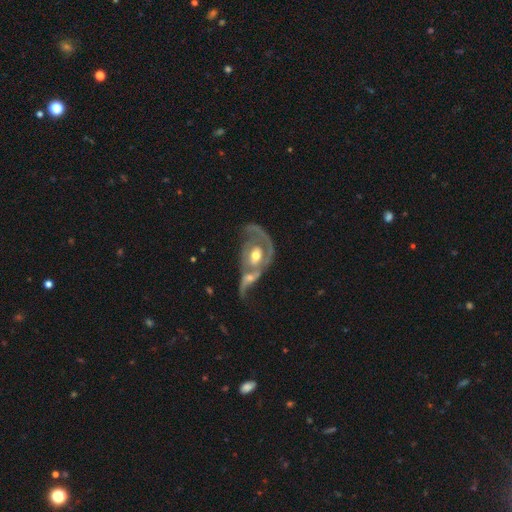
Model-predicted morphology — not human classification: Smooth or featured?
  - featured or disk: 77% *
  - smooth: 17%
  - star or artifact: 6%
Edge-on disk?
  - no: 95% *
  - yes: 5%
Bar?
  - no: 61% *
  - weak: 30%
  - strong: 9%
Spiral arms?
  - yes: 76% *
  - no: 24%
Spiral winding?
  - medium: 35% *
  - tight: 34%
  - loose: 31%
Spiral arm count?
  - 2: 41% *
  - 1: 34%
  - can't tell: 19%
  - 3: 3%
  - 4: 1%
  - more than 4: 1%
Bulge size?
  - moderate: 71% *
  - small: 16%
  - large: 10%
  - none: 2%
  - dominant: 1%
Merging?
  - merger: 70% *
  - major disturbance: 13%
  - none: 10%
  - minor disturbance: 7%